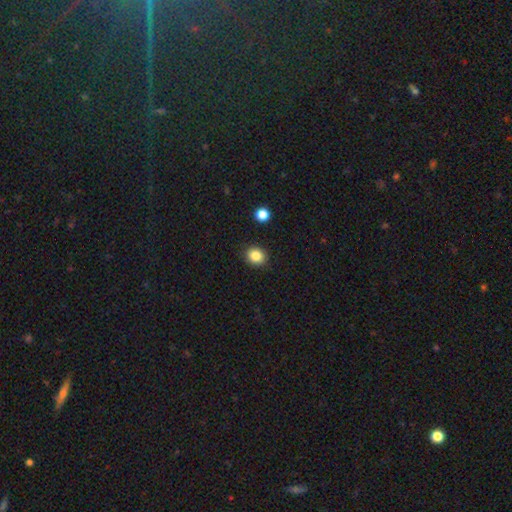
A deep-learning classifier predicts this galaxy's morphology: A smooth galaxy with no disk features (85%) that is round (67%).

Vote fractions:
- Smooth or featured? smooth: 85% / star or artifact: 10% / featured or disk: 5%
- How rounded? round: 67% / in between: 32% / cigar-shaped: 1%
- Merging? none: 89% / minor disturbance: 7% / major disturbance: 2% / merger: 2%